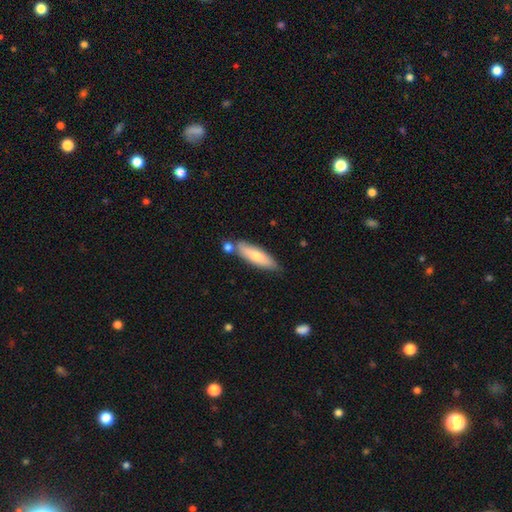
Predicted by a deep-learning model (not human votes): Smooth or featured?
  - smooth: 67% *
  - featured or disk: 27%
  - star or artifact: 6%
How rounded?
  - cigar-shaped: 61% *
  - in between: 38%
  - round: 2%
Merging?
  - none: 68% *
  - minor disturbance: 16%
  - merger: 13%
  - major disturbance: 3%